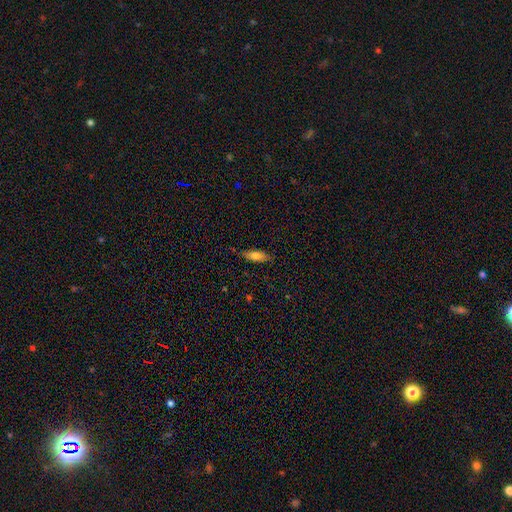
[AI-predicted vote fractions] Smooth or featured: smooth — 72% (featured or disk — 21%)
How rounded: in between — 64% (cigar-shaped — 34%)
Merging: none — 80% (minor disturbance — 16%)